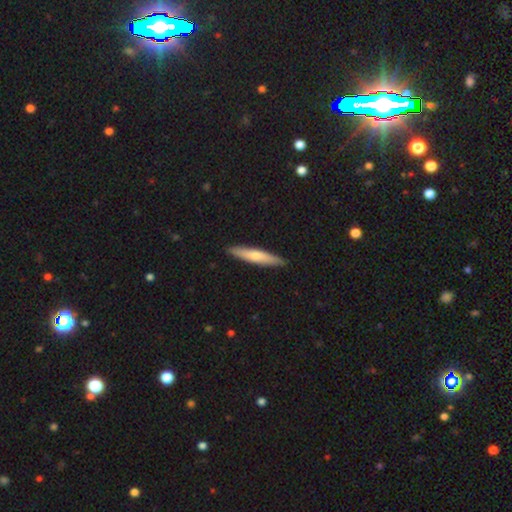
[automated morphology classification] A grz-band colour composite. It shows a smooth galaxy with no disk features (64%) that is cigar-shaped (90%). Merging: none (90%).